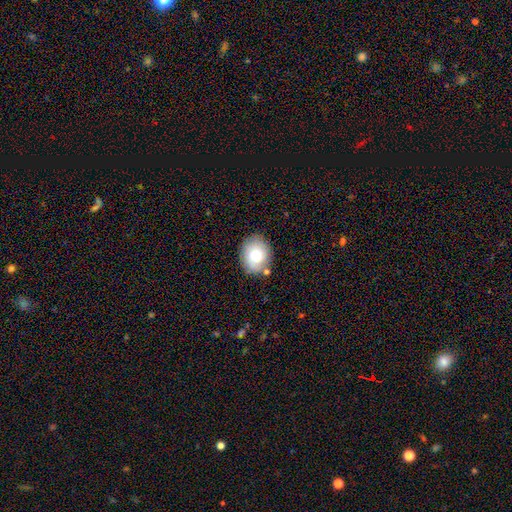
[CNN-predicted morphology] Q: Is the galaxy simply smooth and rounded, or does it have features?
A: smooth — 74%.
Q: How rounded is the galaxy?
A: in between — 51%.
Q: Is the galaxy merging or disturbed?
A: none — 77%.